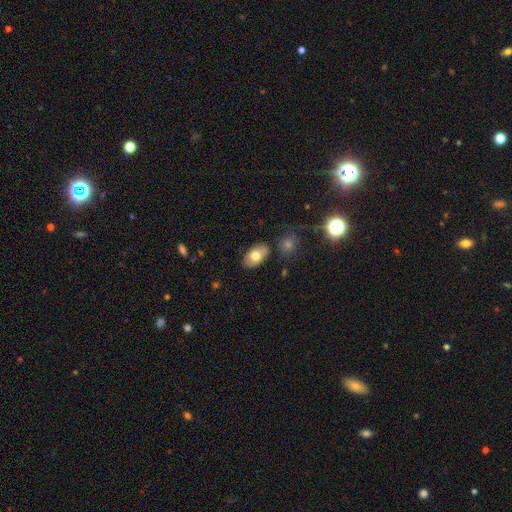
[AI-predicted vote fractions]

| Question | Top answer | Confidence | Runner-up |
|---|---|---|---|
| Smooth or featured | smooth | 72% | featured or disk (21%) |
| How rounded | in between | 93% | round (5%) |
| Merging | none | 81% | minor disturbance (12%) |